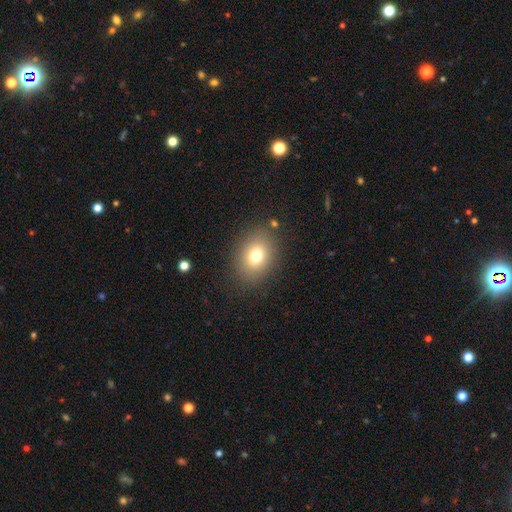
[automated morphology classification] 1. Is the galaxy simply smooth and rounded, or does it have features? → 75% smooth, 12% featured or disk, 12% star or artifact.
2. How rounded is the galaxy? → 56% in between, 43% round, 1% cigar-shaped.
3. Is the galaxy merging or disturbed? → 84% none, 10% minor disturbance, 4% major disturbance, 2% merger.